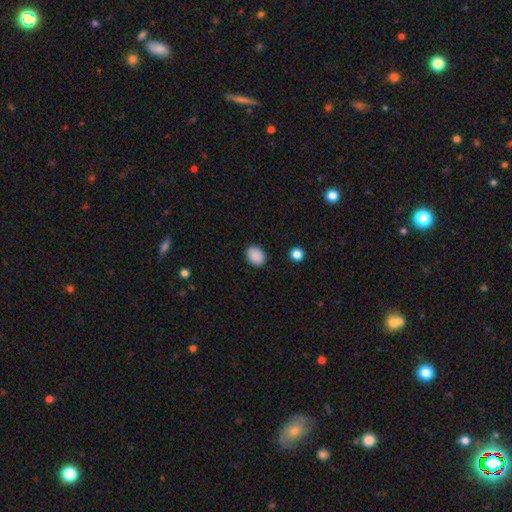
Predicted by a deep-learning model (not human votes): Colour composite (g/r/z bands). It shows a smooth galaxy with no disk features (89%) that is in between round and cigar-shaped (68%). Merging: none (89%).